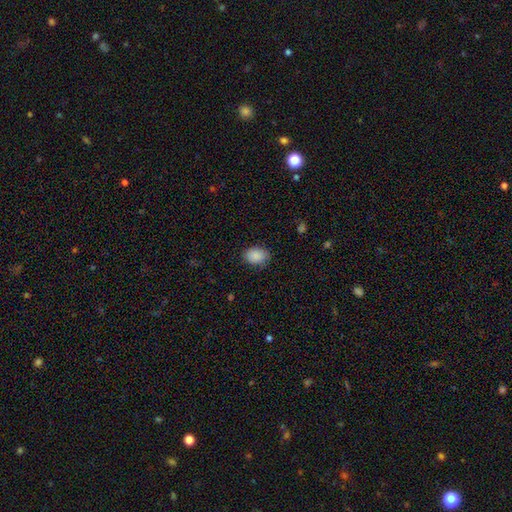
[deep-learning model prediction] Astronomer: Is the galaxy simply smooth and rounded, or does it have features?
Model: smooth — 89%.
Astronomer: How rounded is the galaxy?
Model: in between — 75%.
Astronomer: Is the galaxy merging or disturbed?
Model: none — 82%.